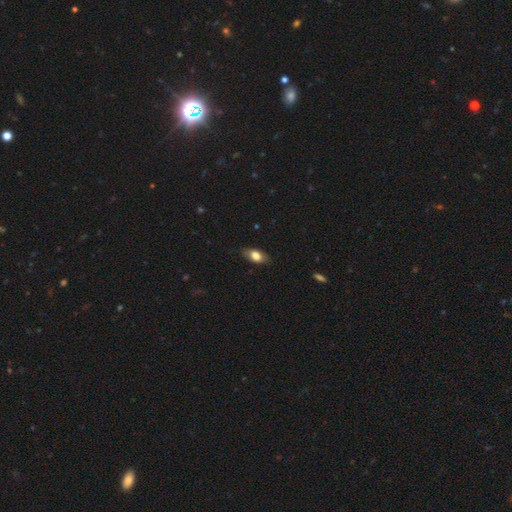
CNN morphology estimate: A smooth galaxy with no disk features (78%) that is in between round and cigar-shaped (87%). Merging: none (80%).